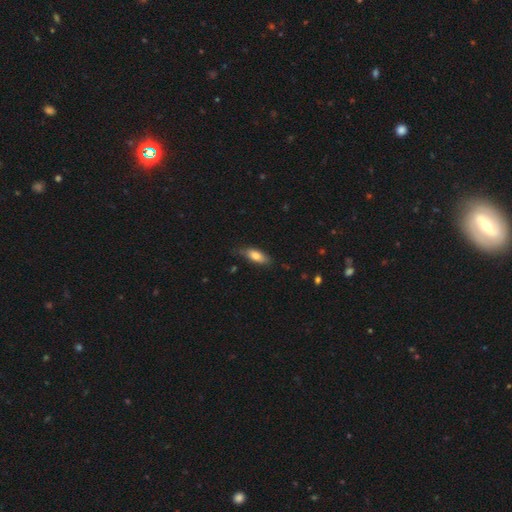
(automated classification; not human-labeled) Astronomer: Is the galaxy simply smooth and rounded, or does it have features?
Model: smooth — 77%.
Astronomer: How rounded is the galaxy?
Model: in between — 74%.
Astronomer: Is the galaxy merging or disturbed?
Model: none — 72%.